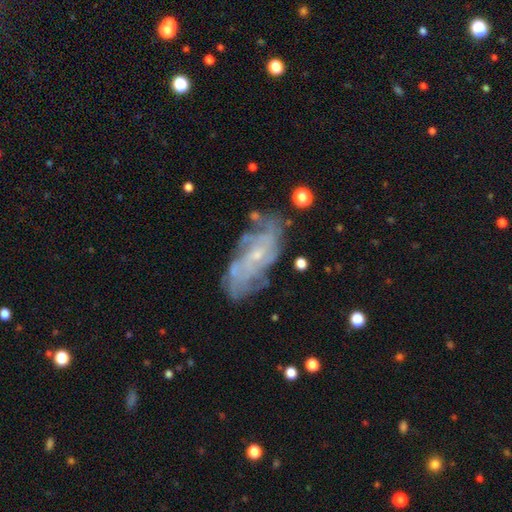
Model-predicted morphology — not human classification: Smooth or featured? featured or disk (78%)
Edge-on disk? no (91%)
Bar? no (67%)
Spiral arms? yes (88%)
Spiral winding? tight (57%)
Spiral arm count? can't tell (48%)
Bulge size? small (77%)
Merging? none (70%)